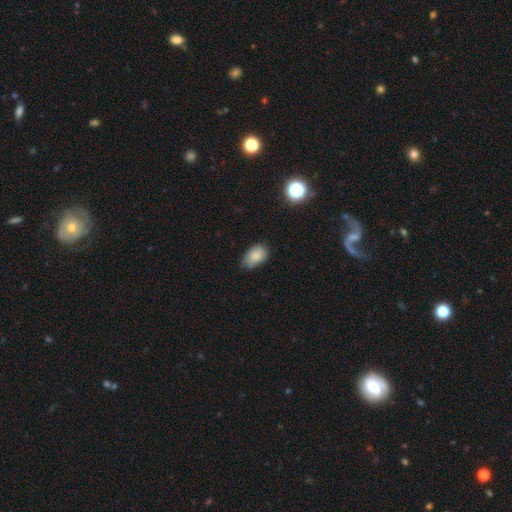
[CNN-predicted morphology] smooth_or_featured: smooth (p=0.84) [alt: star or artifact p=0.09]
how_rounded: in between (p=0.90) [alt: round p=0.09]
merging: none (p=0.70) [alt: minor disturbance p=0.25]